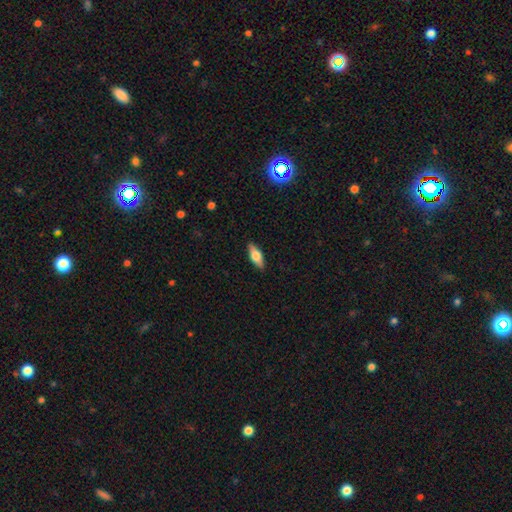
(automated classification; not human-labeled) Smooth or featured? smooth (62%)
How rounded? in between (71%)
Merging? none (89%)